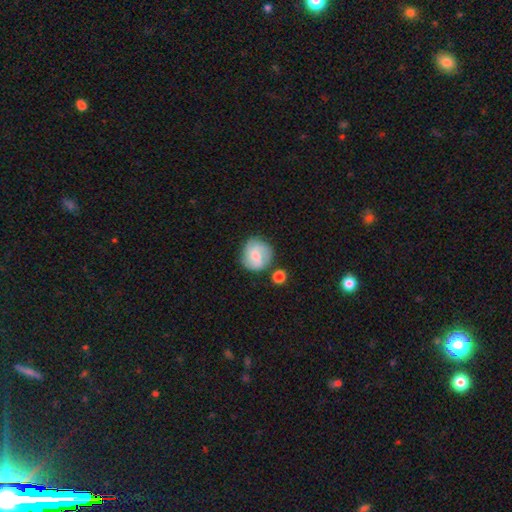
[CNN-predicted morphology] smooth_or_featured: smooth (p=0.48) [alt: featured or disk p=0.45]
merging: none (p=0.66) [alt: minor disturbance p=0.17]